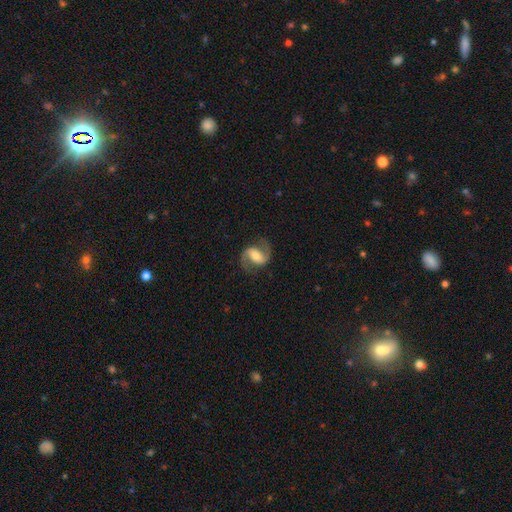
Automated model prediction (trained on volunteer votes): featured or disk 83%, smooth 11%, star or artifact 6%. Down the decision tree: edge-on disk — no (98%); bar — weak (42%); spiral arms — yes (96%); spiral arm count — 2 (93%); spiral winding — medium (51%); bulge size — moderate (55%); merging — none (79%).